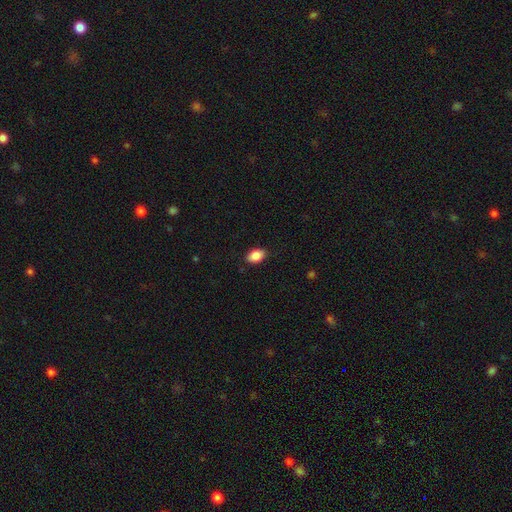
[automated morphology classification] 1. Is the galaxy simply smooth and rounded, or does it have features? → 87% smooth, 7% star or artifact, 5% featured or disk.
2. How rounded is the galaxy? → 89% in between, 10% round, 1% cigar-shaped.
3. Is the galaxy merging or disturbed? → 87% none, 10% minor disturbance, 2% major disturbance, 1% merger.